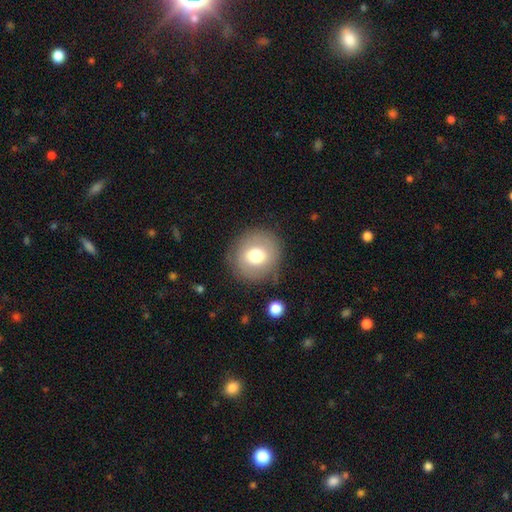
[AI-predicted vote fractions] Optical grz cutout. It shows a smooth galaxy with no disk features (71%) that is round (90%). Merging: none (83%).